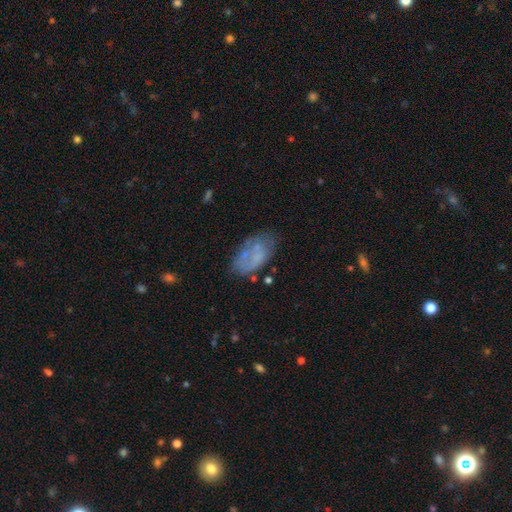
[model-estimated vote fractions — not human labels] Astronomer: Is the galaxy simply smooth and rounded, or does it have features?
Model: smooth — 55% (runner-up: featured or disk, 36%).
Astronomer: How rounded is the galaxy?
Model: in between — 92%.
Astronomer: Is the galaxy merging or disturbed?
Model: none — 54%.